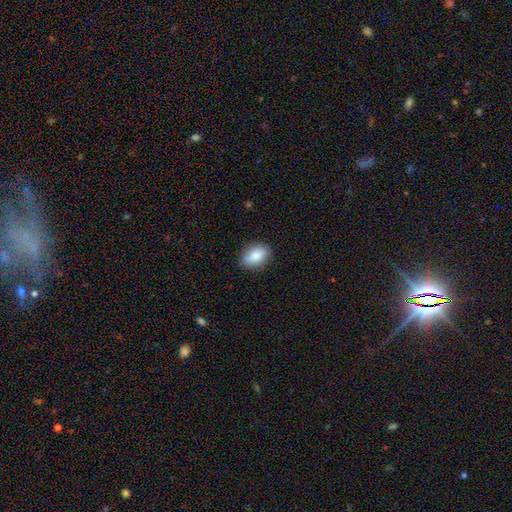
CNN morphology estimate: This is clearly a smooth galaxy (86%). How rounded: clearly in between (86%). Merging: clearly none (87%).